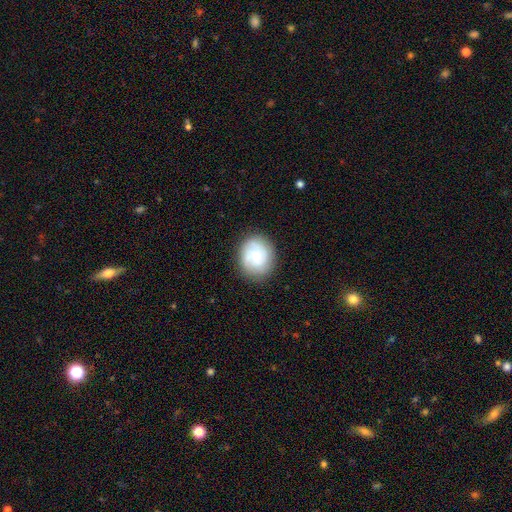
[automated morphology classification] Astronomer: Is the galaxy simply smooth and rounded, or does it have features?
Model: smooth — 49% (runner-up: featured or disk, 43%).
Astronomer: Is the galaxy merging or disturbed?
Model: none — 82%.